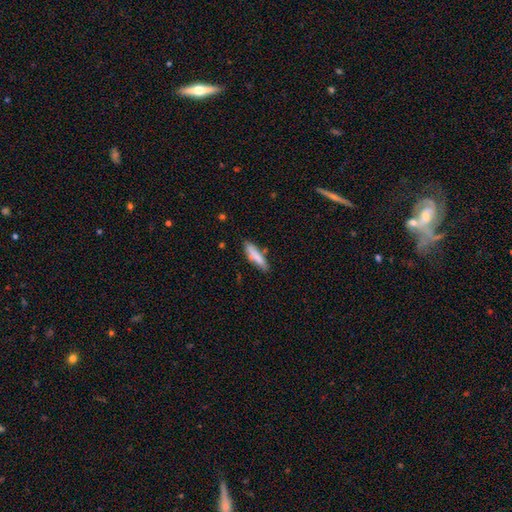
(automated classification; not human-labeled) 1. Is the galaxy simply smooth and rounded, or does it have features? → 79% smooth, 15% featured or disk, 7% star or artifact.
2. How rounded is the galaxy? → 74% cigar-shaped, 24% in between, 2% round.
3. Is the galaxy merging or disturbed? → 72% none, 18% minor disturbance, 5% merger, 4% major disturbance.